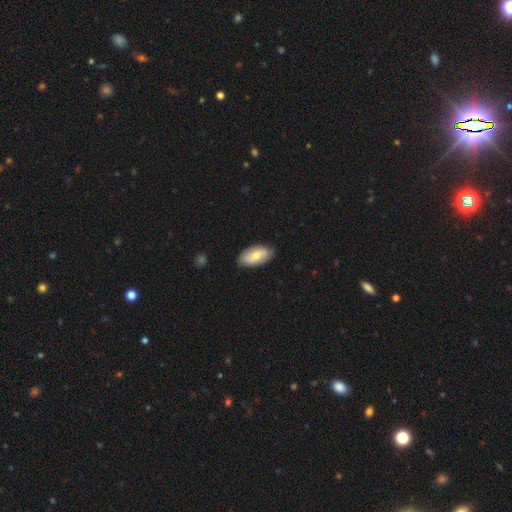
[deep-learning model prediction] This appears to be a smooth galaxy with no disk features (62%) that is in between round and cigar-shaped (94%). Merging: none (82%).